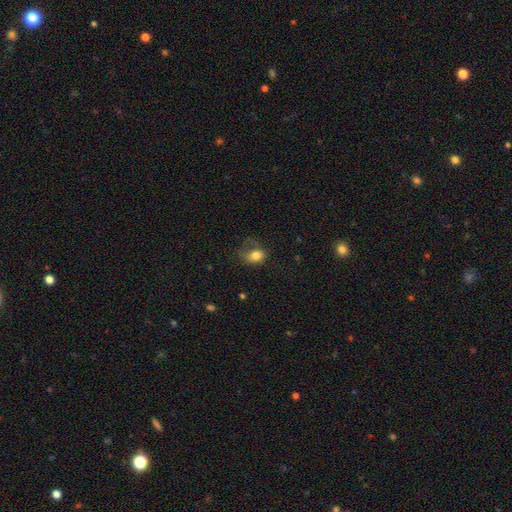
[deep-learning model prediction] A smooth galaxy with no disk features (76%) that is in between round and cigar-shaped (68%).

Vote fractions:
- Smooth or featured? smooth: 76% / featured or disk: 15% / star or artifact: 9%
- How rounded? in between: 68% / round: 30% / cigar-shaped: 1%
- Merging? major disturbance: 43% / minor disturbance: 28% / none: 27% / merger: 3%